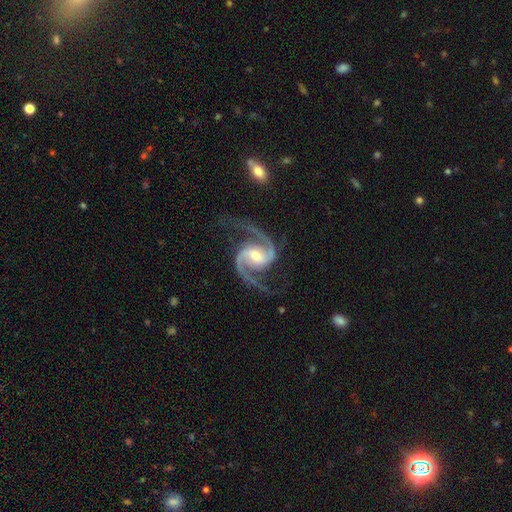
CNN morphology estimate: Smooth or featured: featured or disk — 95% (star or artifact — 3%)
Edge-on disk: no — 98% (yes — 2%)
Bar: weak — 45% (no — 31%)
Spiral arms: yes — 99% (no — 1%)
Spiral winding: medium — 65% (loose — 23%)
Spiral arm count: 2 — 94% (3 — 1%)
Bulge size: moderate — 59% (small — 32%)
Merging: none — 79% (minor disturbance — 13%)